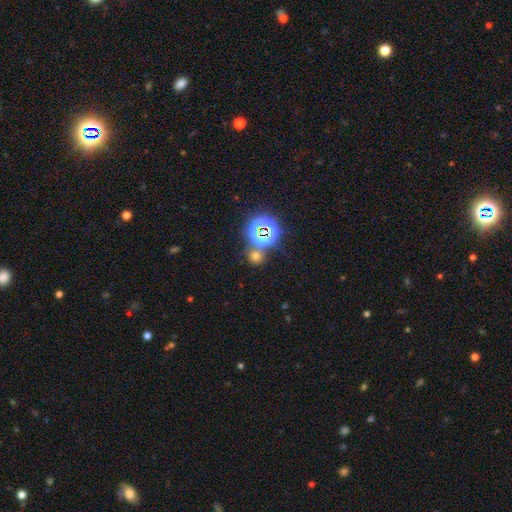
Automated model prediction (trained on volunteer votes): smooth_or_featured: smooth (p=0.53) [alt: star or artifact p=0.39]
how_rounded: round (p=0.85) [alt: in between p=0.14]
merging: none (p=0.69) [alt: merger p=0.19]